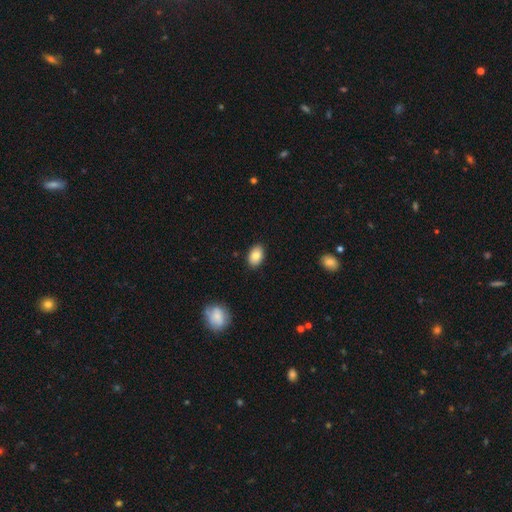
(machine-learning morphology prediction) smooth-or-featured: smooth: 84% | featured or disk: 9% | star or artifact: 8%
  how-rounded: in between: 88% | round: 11% | cigar-shaped: 1%
  merging: none: 88% | minor disturbance: 9% | major disturbance: 2% | merger: 1%